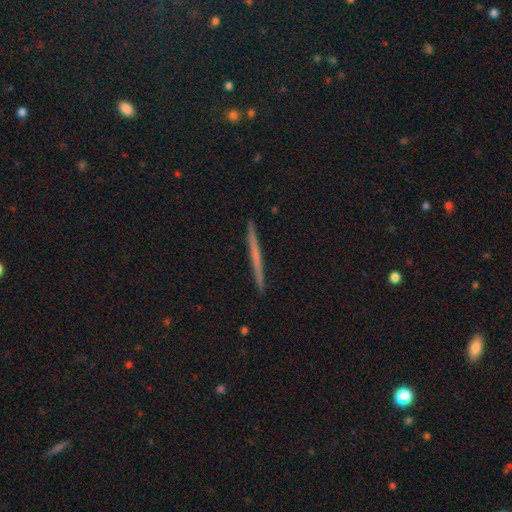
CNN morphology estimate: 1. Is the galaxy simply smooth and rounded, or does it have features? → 51% featured or disk, 41% smooth, 7% star or artifact.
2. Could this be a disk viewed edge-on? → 98% yes, 2% no.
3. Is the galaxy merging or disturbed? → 93% none, 5% minor disturbance, 1% major disturbance, 1% merger.